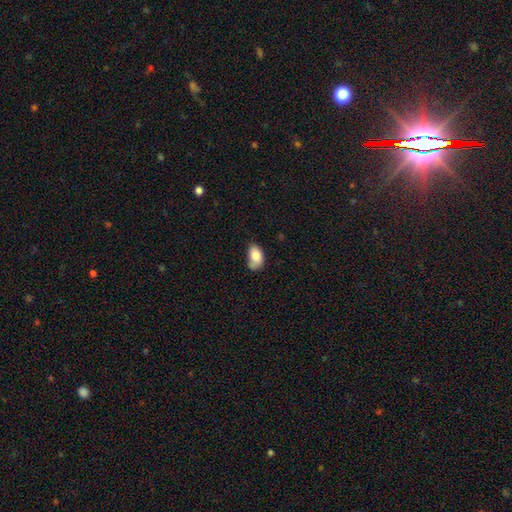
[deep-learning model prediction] Smooth or featured? Predicted: smooth (p=0.81). How rounded? Predicted: in between (p=0.90). Merging? Predicted: none (p=0.44).